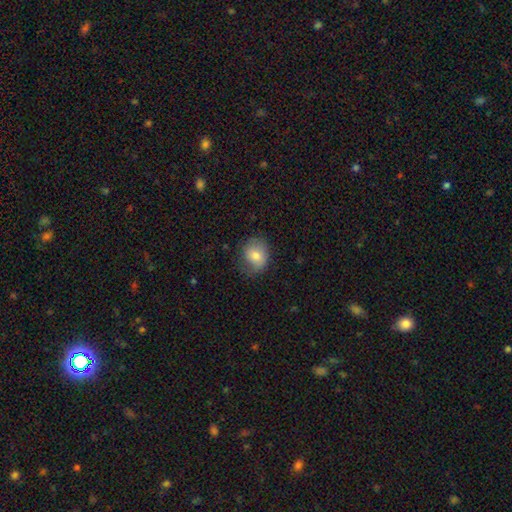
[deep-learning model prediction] Smooth or featured? Predicted: smooth (p=0.74). How rounded? Predicted: round (p=0.57). Merging? Predicted: none (p=0.62).